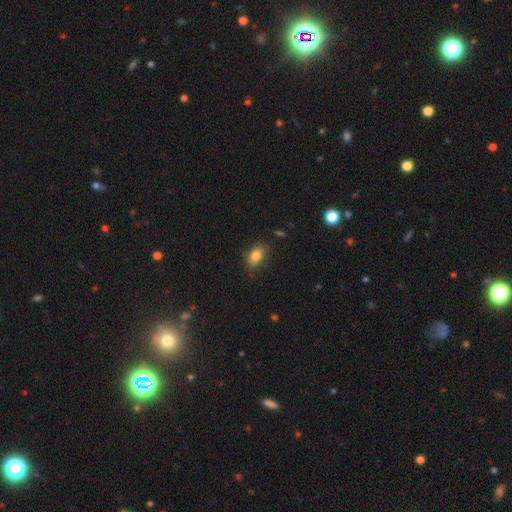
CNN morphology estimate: smooth-or-featured: smooth: 83% | star or artifact: 9% | featured or disk: 8%
  how-rounded: in between: 84% | round: 14% | cigar-shaped: 2%
  merging: none: 79% | minor disturbance: 16% | major disturbance: 3% | merger: 2%